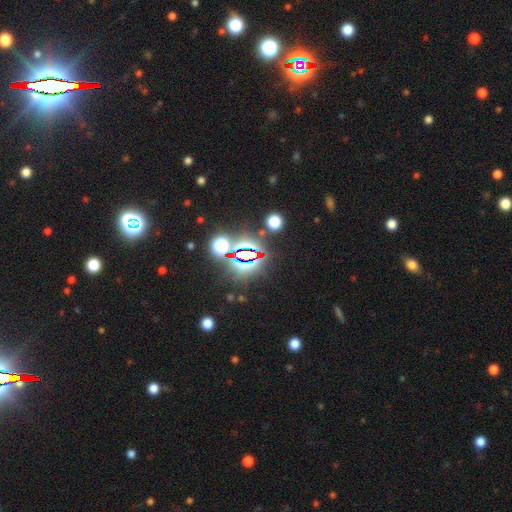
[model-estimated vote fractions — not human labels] A star or artifact, not a galaxy (79%).

Vote fractions:
- Smooth or featured? star or artifact: 79% / smooth: 13% / featured or disk: 8%